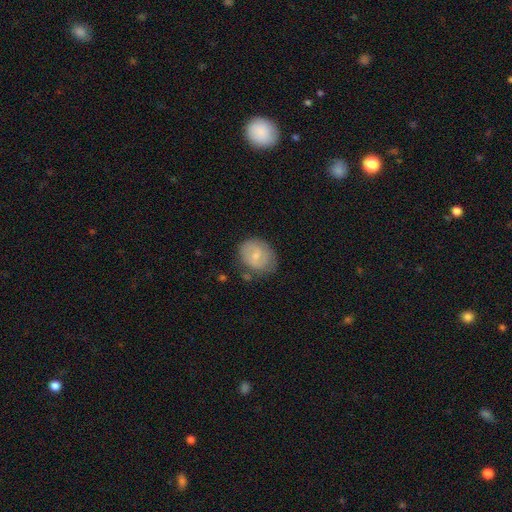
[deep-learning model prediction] A smooth galaxy with no disk features (55%) that is round (53%).

Vote fractions:
- Smooth or featured? smooth: 55% / featured or disk: 38% / star or artifact: 7%
- How rounded? round: 53% / in between: 46% / cigar-shaped: 1%
- Merging? none: 65% / minor disturbance: 24% / major disturbance: 8% / merger: 4%